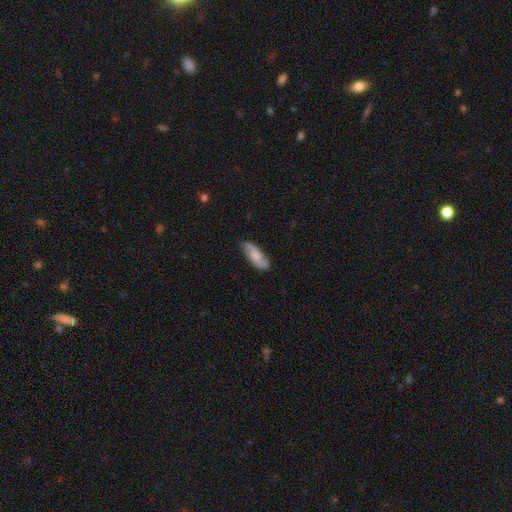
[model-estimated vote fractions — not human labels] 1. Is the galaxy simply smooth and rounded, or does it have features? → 61% smooth, 33% featured or disk, 6% star or artifact.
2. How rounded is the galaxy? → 67% in between, 31% cigar-shaped, 2% round.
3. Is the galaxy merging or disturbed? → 77% none, 18% minor disturbance, 3% major disturbance, 1% merger.